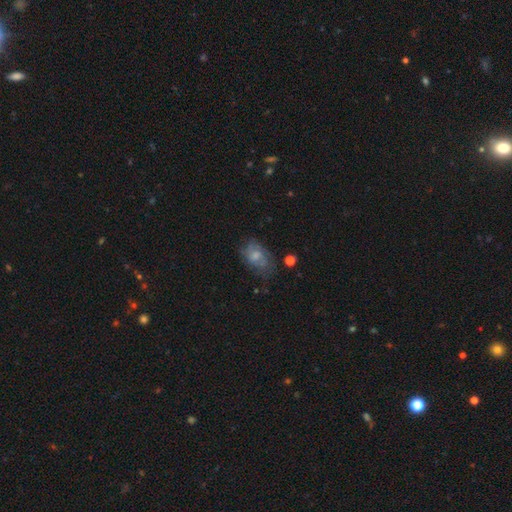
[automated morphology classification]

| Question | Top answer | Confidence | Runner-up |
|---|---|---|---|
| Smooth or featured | featured or disk | 53% | smooth (38%) |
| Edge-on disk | no | 96% | yes (4%) |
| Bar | no | 65% | weak (31%) |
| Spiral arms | yes | 78% | no (22%) |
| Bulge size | moderate | 40% | small (37%) |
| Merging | none | 54% | minor disturbance (27%) |